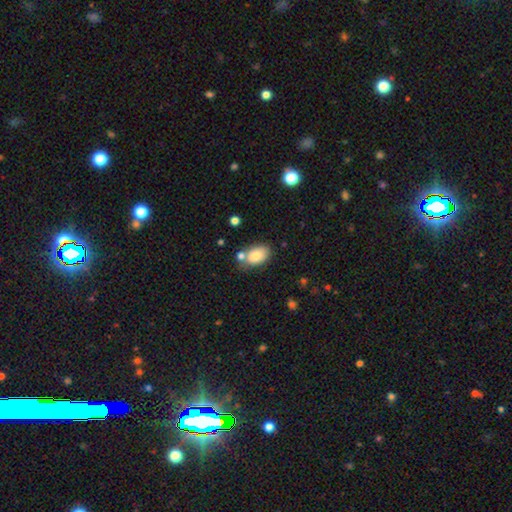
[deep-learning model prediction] Smooth or featured?
  - smooth: 80% *
  - featured or disk: 12%
  - star or artifact: 8%
How rounded?
  - in between: 89% *
  - round: 10%
  - cigar-shaped: 1%
Merging?
  - none: 62% *
  - minor disturbance: 17%
  - merger: 17%
  - major disturbance: 4%